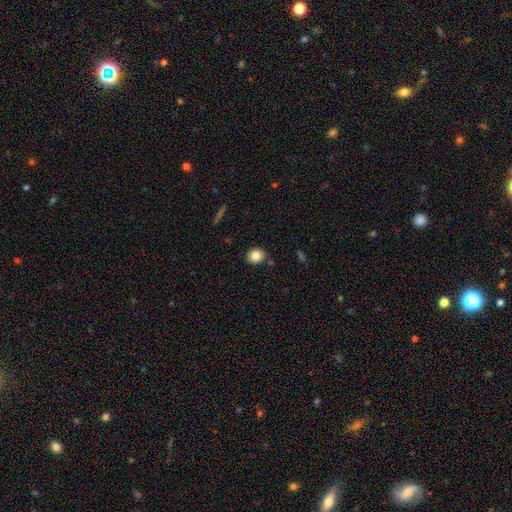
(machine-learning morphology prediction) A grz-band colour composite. It shows a smooth galaxy with no disk features (81%) that is round (63%). Merging: none (87%).